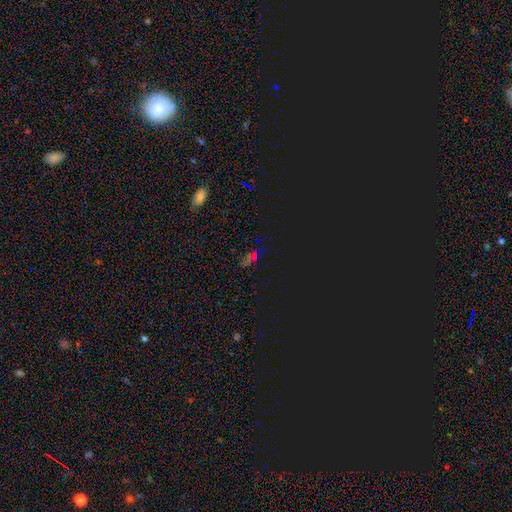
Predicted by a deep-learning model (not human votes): star or artifact 64%, smooth 25%, featured or disk 10%.